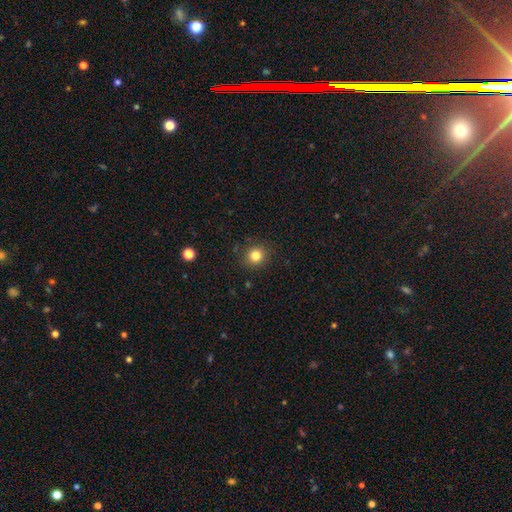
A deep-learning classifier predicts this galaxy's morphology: smooth 82%, star or artifact 12%, featured or disk 6%. Down the decision tree: how rounded — round (89%); merging — none (89%).